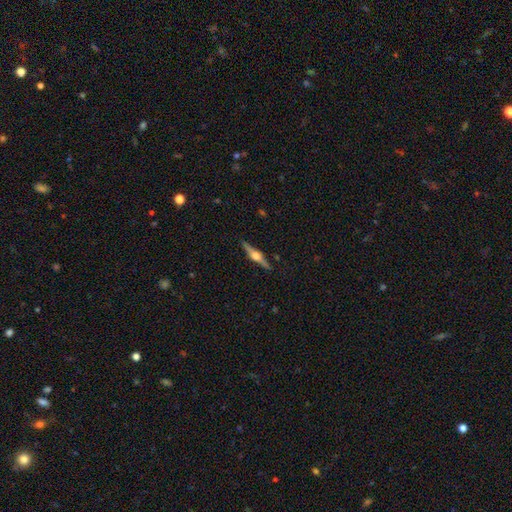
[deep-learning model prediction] Smooth or featured?
  - featured or disk: 80% *
  - smooth: 15%
  - star or artifact: 6%
Edge-on disk?
  - yes: 98% *
  - no: 2%
Edge-on bulge?
  - rounded: 94% *
  - boxy: 5%
  - none: 1%
Merging?
  - none: 90% *
  - minor disturbance: 7%
  - major disturbance: 2%
  - merger: 1%